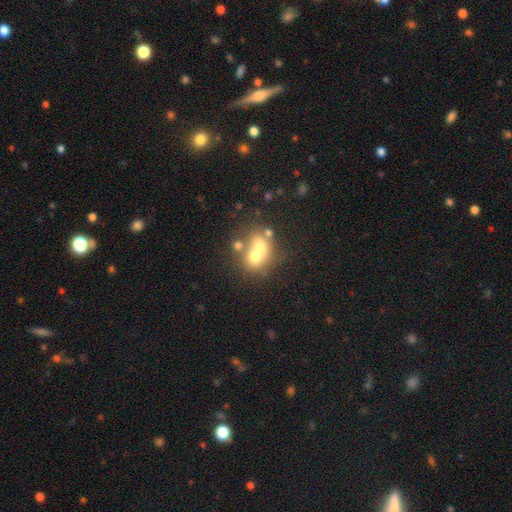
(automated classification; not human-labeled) Smooth or featured: smooth — 59% (featured or disk — 27%)
How rounded: round — 67% (in between — 32%)
Merging: merger — 61% (none — 27%)